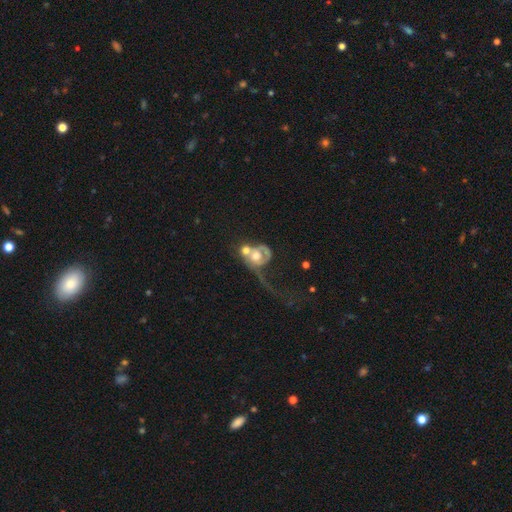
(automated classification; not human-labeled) The model was most divided on "spiral arms": yes: 57%, no: 43%. More confident: edge-on disk — no (95%); bar — no (79%); merging — merger (59%); smooth or featured — featured or disk (56%); bulge size — moderate (54%).